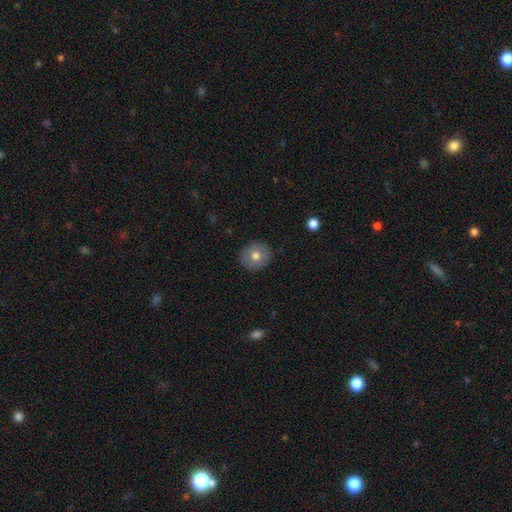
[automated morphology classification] Smooth or featured: smooth — 72% (featured or disk — 20%)
How rounded: round — 85% (in between — 14%)
Merging: none — 90% (minor disturbance — 7%)